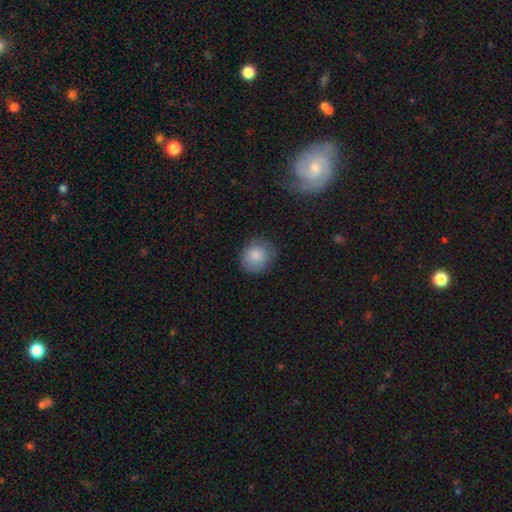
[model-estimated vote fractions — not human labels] A smooth galaxy with no disk features (84%) that is round (78%).

Vote fractions:
- Smooth or featured? smooth: 84% / featured or disk: 9% / star or artifact: 8%
- How rounded? round: 78% / in between: 21% / cigar-shaped: 1%
- Merging? none: 74% / minor disturbance: 20% / major disturbance: 5% / merger: 1%